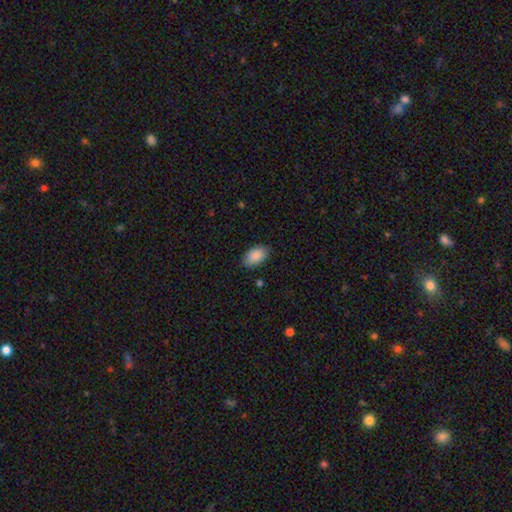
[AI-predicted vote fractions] smooth 89%, star or artifact 6%, featured or disk 4%. Down the decision tree: how rounded — in between (94%); merging — none (85%).